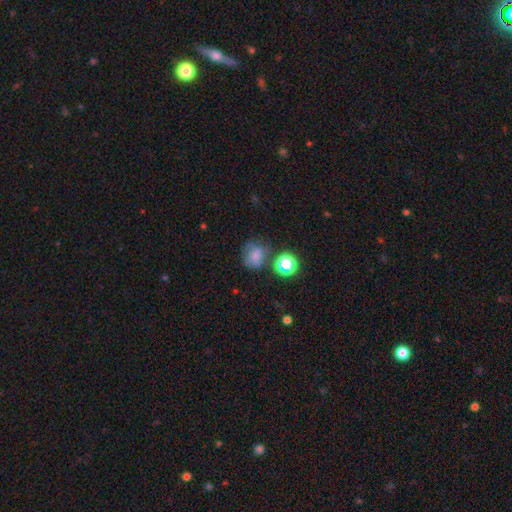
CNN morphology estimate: smooth_or_featured: smooth (p=0.65) [alt: star or artifact p=0.19]
how_rounded: round (p=0.69) [alt: in between p=0.30]
merging: none (p=0.53) [alt: minor disturbance p=0.23]